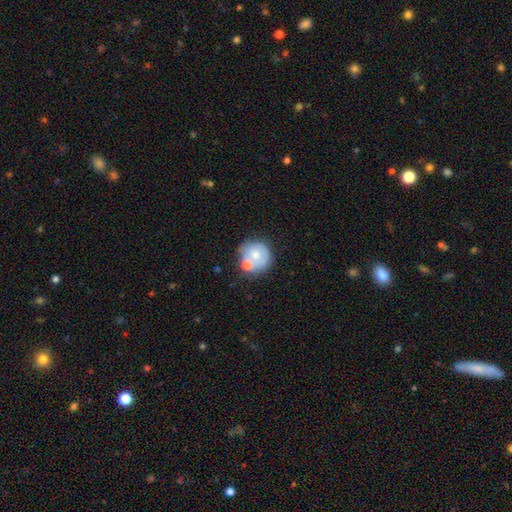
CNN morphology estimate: Q: Smooth or featured?
A: smooth (59%); runner-up: featured or disk (34%)
Q: How rounded?
A: round (88%); runner-up: in between (11%)
Q: Merging?
A: none (48%); runner-up: merger (26%)